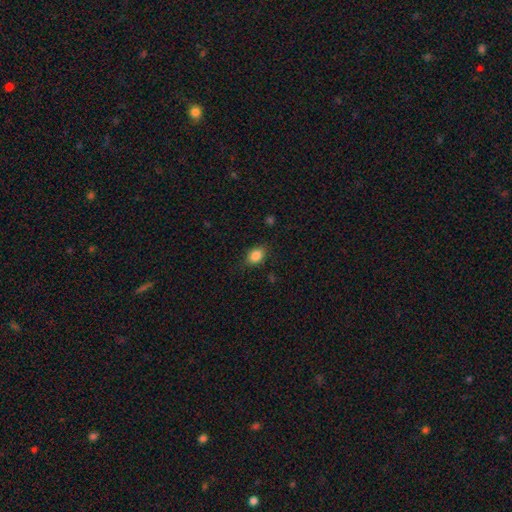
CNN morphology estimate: Smooth or featured: smooth — 85% (star or artifact — 9%)
How rounded: in between — 72% (round — 27%)
Merging: none — 82% (minor disturbance — 13%)